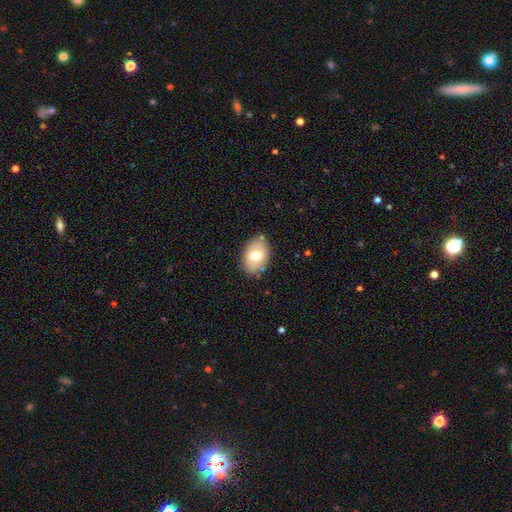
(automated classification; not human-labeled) This is likely a smooth galaxy (70%). How rounded: clearly in between (81%). Merging: clearly none (81%).